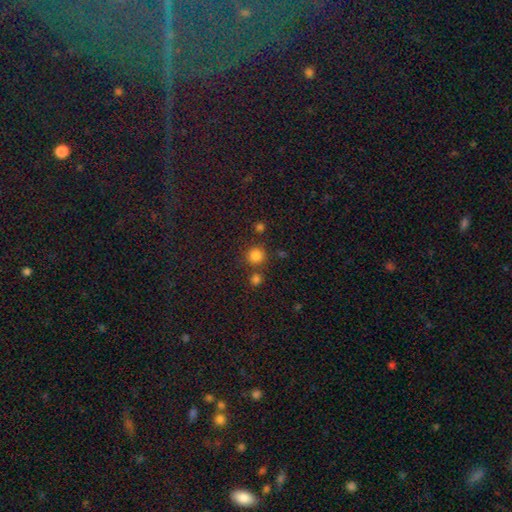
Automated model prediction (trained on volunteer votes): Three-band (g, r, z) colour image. It shows a smooth galaxy with no disk features (81%) that is round (92%). Merging: none (79%).